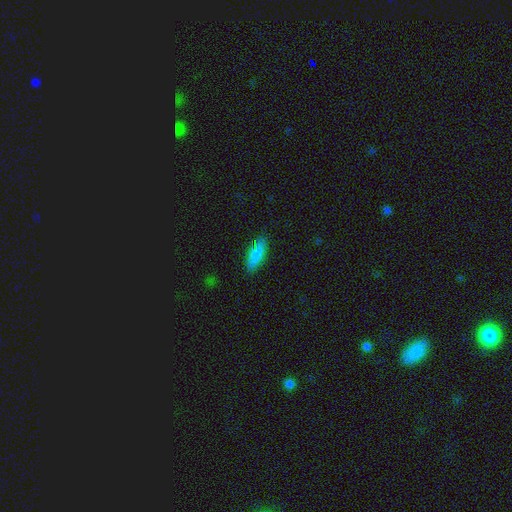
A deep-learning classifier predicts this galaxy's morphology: Smooth or featured? smooth (81%)
How rounded? in between (67%)
Merging? none (85%)